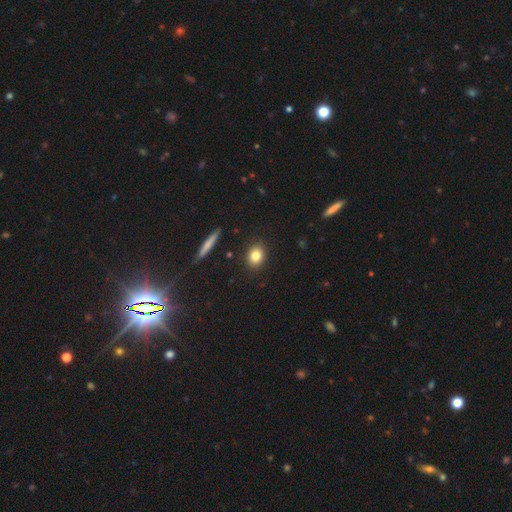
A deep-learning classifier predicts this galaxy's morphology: Smooth or featured: smooth — 82% (star or artifact — 10%)
How rounded: round — 54% (in between — 43%)
Merging: none — 89% (minor disturbance — 7%)